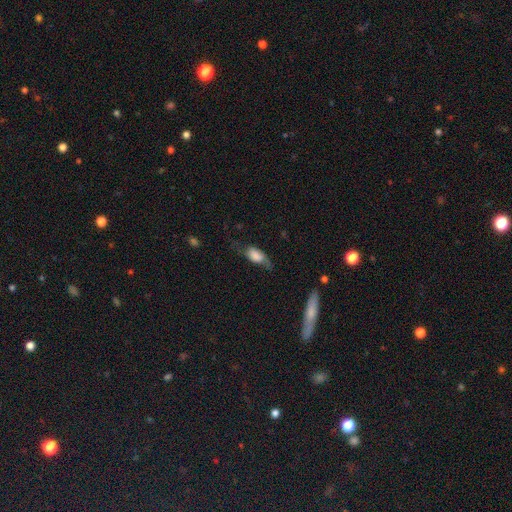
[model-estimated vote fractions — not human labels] This is likely a smooth galaxy (61%). How rounded: clearly in between (83%). Merging: marginally none (42%).